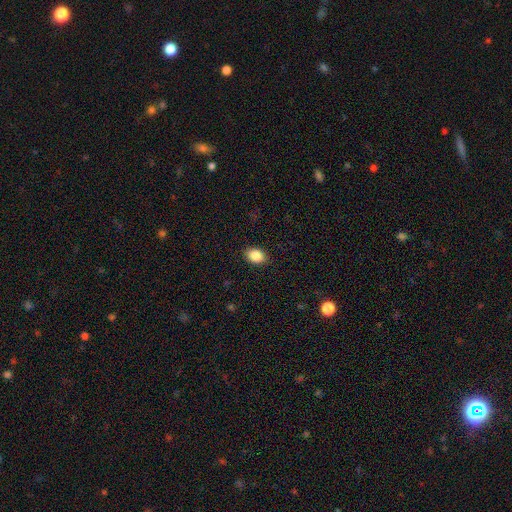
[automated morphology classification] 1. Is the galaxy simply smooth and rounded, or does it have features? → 87% smooth, 8% star or artifact, 5% featured or disk.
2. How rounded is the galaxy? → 71% in between, 28% round, 1% cigar-shaped.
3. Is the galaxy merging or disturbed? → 88% none, 8% minor disturbance, 2% major disturbance, 1% merger.